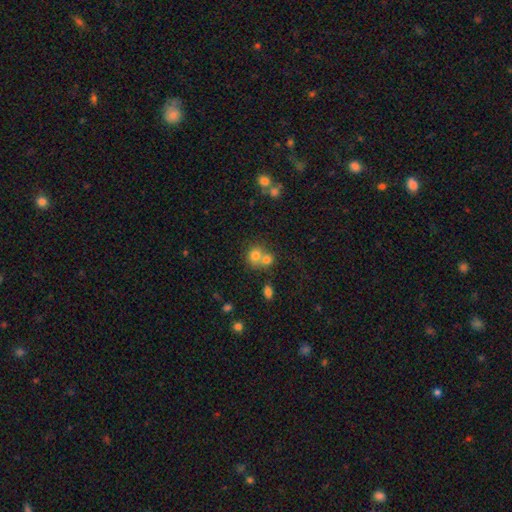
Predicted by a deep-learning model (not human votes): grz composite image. It shows a smooth galaxy with no disk features (74%) that is round (75%). Merging: merger (55%).